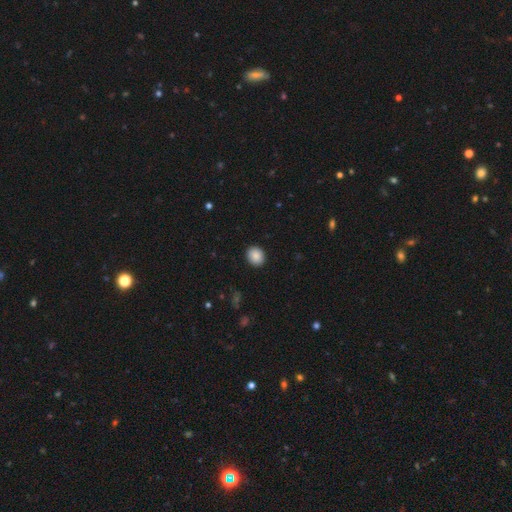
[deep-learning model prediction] The model was most divided on "how rounded": round: 65%, in between: 34%, cigar-shaped: 1%. More confident: merging — none (91%); smooth or featured — smooth (89%).